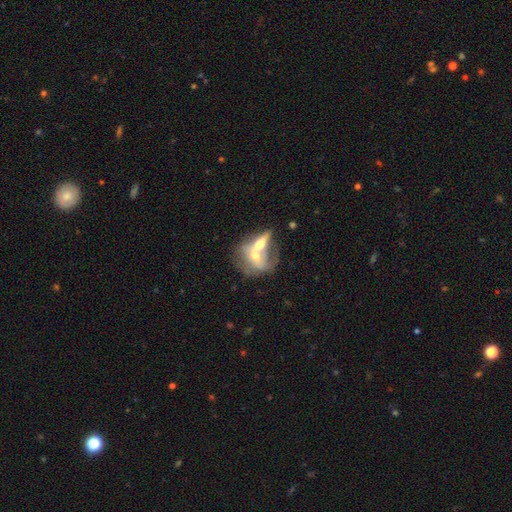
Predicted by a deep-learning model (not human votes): This appears to be a featured or disk galaxy (48%). Merging: merger (70%).